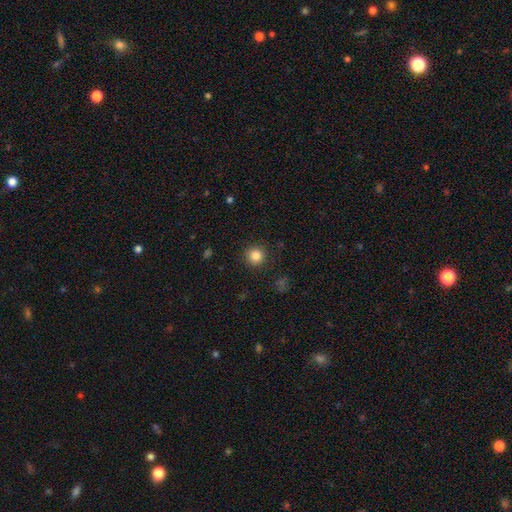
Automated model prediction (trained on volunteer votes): Smooth or featured: smooth — 84% (star or artifact — 11%)
How rounded: round — 94% (in between — 5%)
Merging: none — 90% (minor disturbance — 7%)